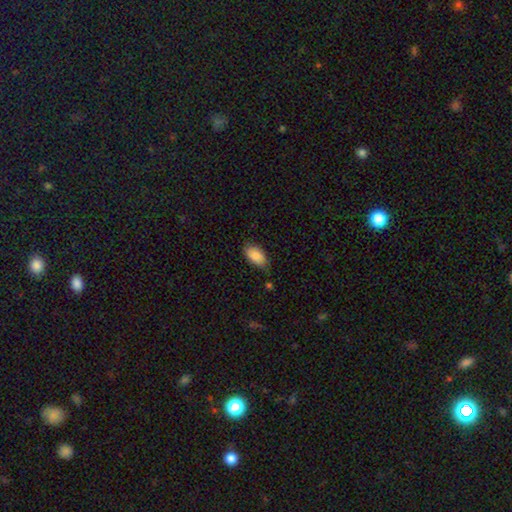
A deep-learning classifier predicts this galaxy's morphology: type=smooth (88%); roundness=in between (94%); merging=none (69%).